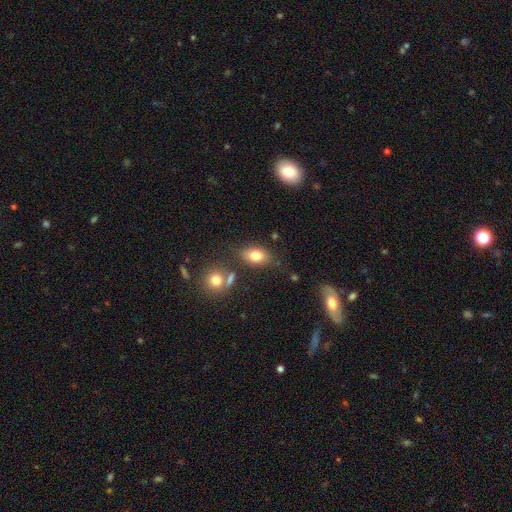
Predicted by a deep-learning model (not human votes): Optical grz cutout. It shows a smooth galaxy with no disk features (78%) that is in between round and cigar-shaped (82%). Merging: none (74%).